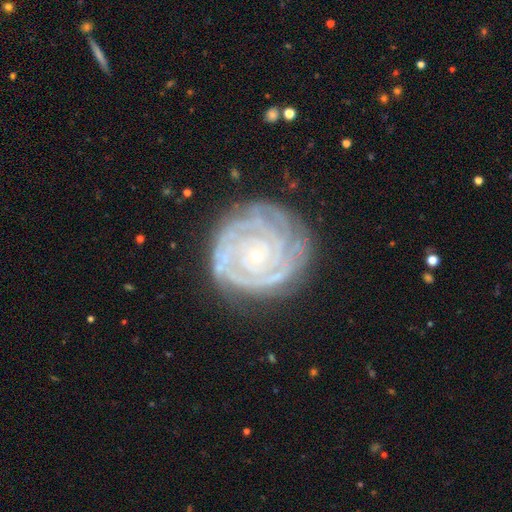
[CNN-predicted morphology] The model was most divided on "spiral arm count": can't tell: 27%, 3: 21%, 2: 17%, 4: 17%, more than 4: 10%, 1: 7%. More confident: edge-on disk — no (97%); spiral arms — yes (96%); spiral winding — tight (87%); bulge size — small (86%); smooth or featured — featured or disk (85%); bar — no (82%); merging — none (76%).